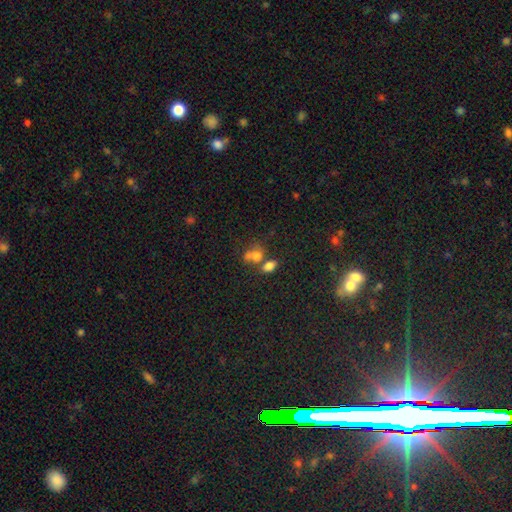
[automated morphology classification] This is likely a smooth galaxy (72%). How rounded: likely in between (62%). Merging: possibly merger (47%).